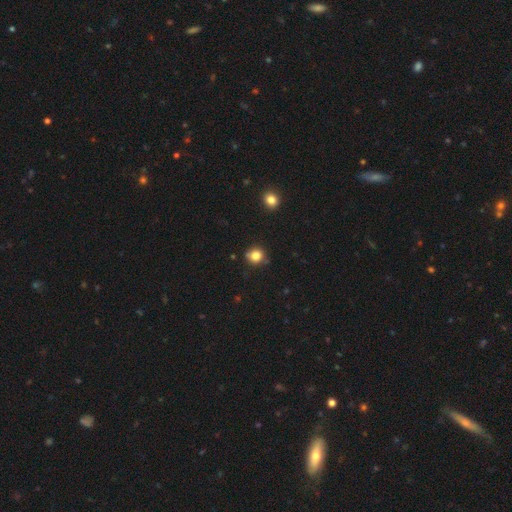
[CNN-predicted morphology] Smooth or featured: smooth — 81% (star or artifact — 13%)
How rounded: round — 88% (in between — 11%)
Merging: none — 81% (minor disturbance — 13%)